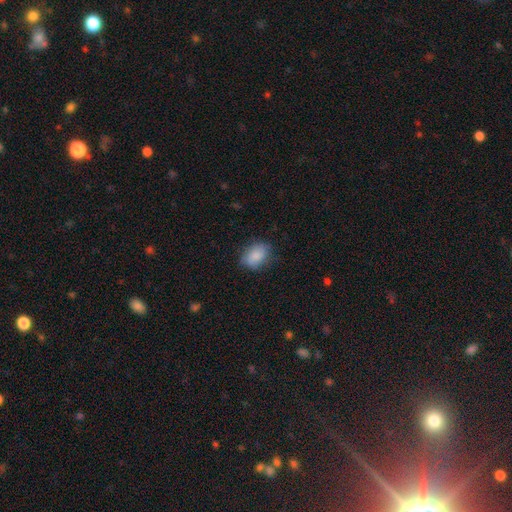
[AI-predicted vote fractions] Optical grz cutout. It shows a smooth galaxy with no disk features (86%) that is in between round and cigar-shaped (79%). Merging: none (76%).